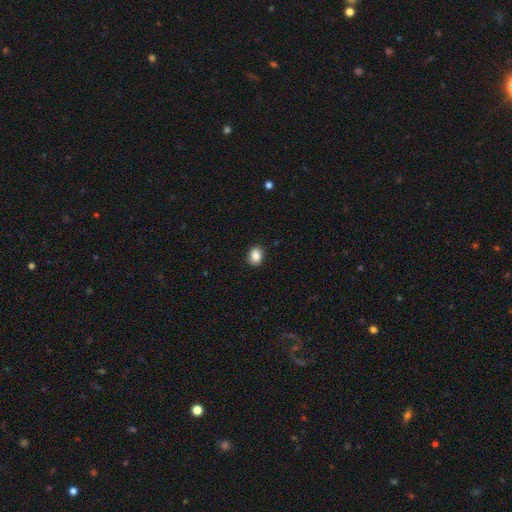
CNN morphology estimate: smooth_or_featured: smooth (p=0.86) [alt: star or artifact p=0.09]
how_rounded: in between (p=0.62) [alt: round p=0.37]
merging: none (p=0.89) [alt: minor disturbance p=0.08]